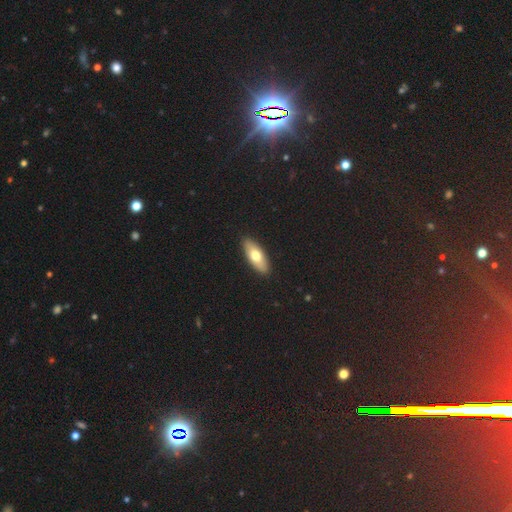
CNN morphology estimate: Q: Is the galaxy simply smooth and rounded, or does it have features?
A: smooth — 69%.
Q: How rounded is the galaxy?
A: in between — 77%.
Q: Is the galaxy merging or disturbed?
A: none — 90%.